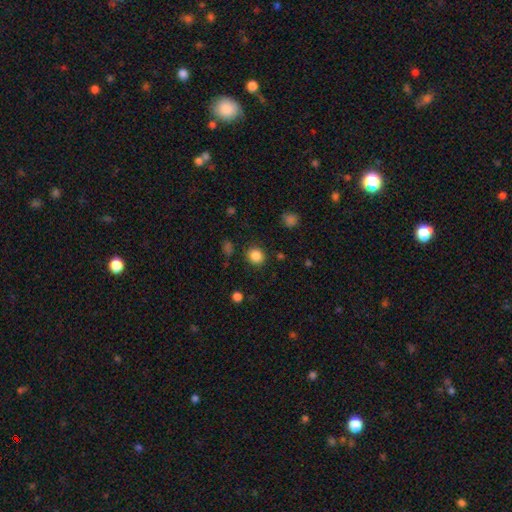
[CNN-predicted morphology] A smooth galaxy with no disk features (86%) that is round (82%).

Vote fractions:
- Smooth or featured? smooth: 86% / star or artifact: 11% / featured or disk: 4%
- How rounded? round: 82% / in between: 17% / cigar-shaped: 1%
- Merging? none: 88% / minor disturbance: 7% / major disturbance: 3% / merger: 2%